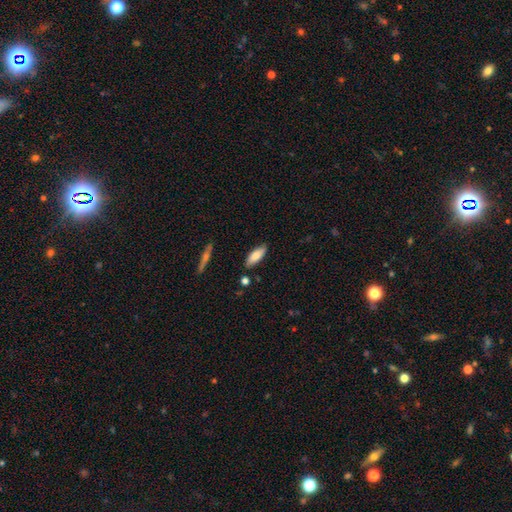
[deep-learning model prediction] smooth-or-featured: smooth: 79% | featured or disk: 15% | star or artifact: 6%
  how-rounded: in between: 67% | cigar-shaped: 31% | round: 2%
  merging: none: 84% | minor disturbance: 11% | merger: 3% | major disturbance: 2%